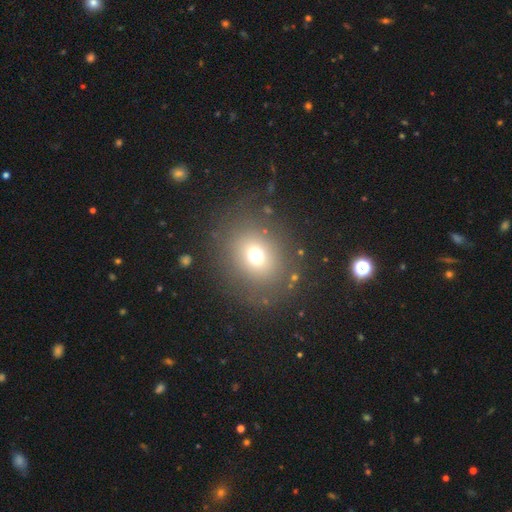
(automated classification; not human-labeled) A smooth galaxy with no disk features (68%) that is round (67%). Merging: none (82%).